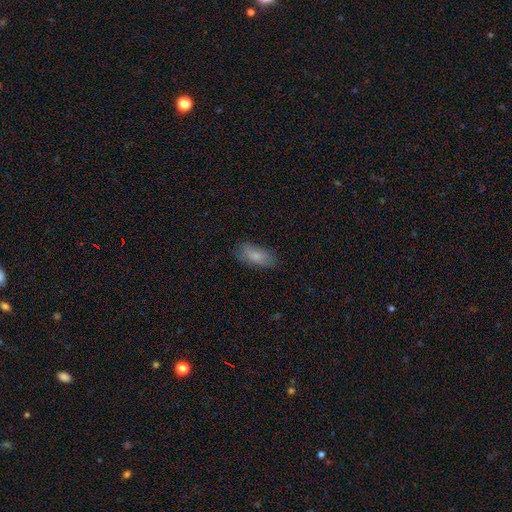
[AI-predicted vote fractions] Overall: smooth (80%). How rounded: in between (82%). Merging: none (77%).